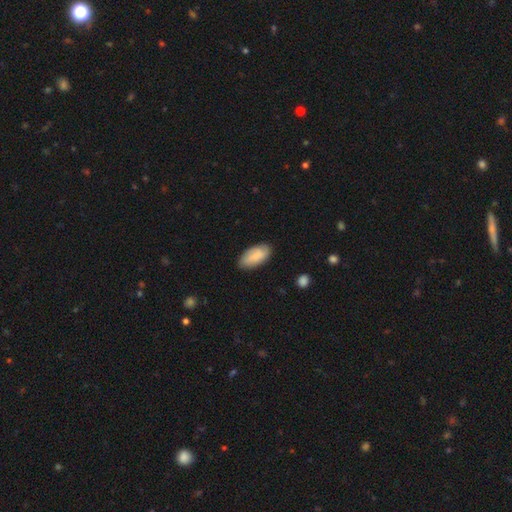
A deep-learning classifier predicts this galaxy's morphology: smooth 72%, featured or disk 22%, star or artifact 6%. Down the decision tree: how rounded — in between (93%); merging — none (80%).